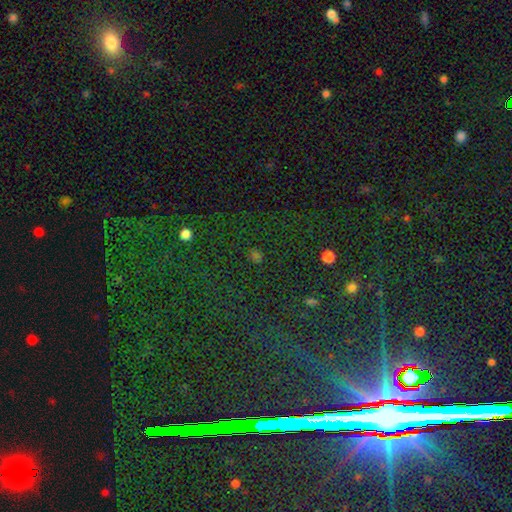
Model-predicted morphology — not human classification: A smooth galaxy with no disk features (50%) that is round (61%). Merging: none (83%).